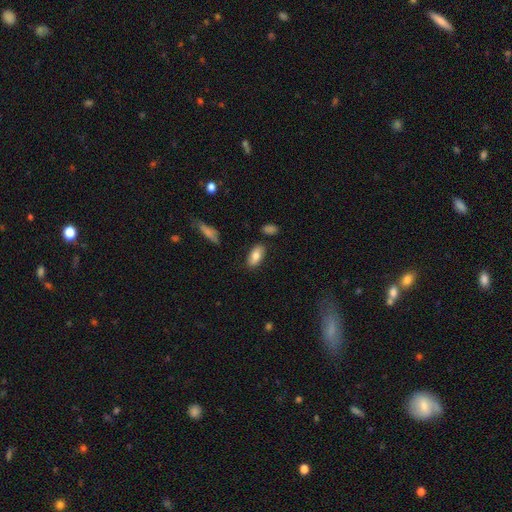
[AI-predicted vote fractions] Smooth or featured? smooth (78%)
How rounded? in between (92%)
Merging? none (81%)